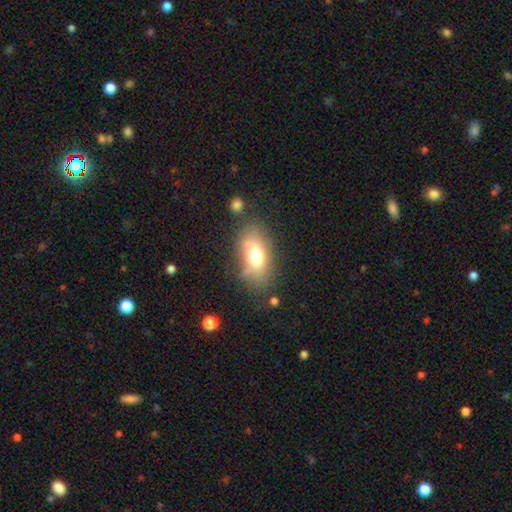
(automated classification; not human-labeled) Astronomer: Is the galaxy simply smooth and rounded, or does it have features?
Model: smooth — 67%.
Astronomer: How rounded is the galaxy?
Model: in between — 85%.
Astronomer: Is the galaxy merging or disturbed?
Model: none — 63%.